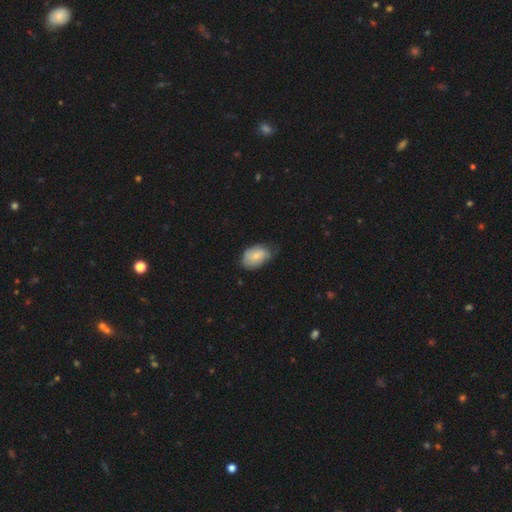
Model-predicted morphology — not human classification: A smooth galaxy with no disk features (73%) that is in between round and cigar-shaped (89%).

Vote fractions:
- Smooth or featured? smooth: 73% / featured or disk: 20% / star or artifact: 6%
- How rounded? in between: 89% / round: 10% / cigar-shaped: 1%
- Merging? none: 55% / minor disturbance: 35% / major disturbance: 8% / merger: 1%